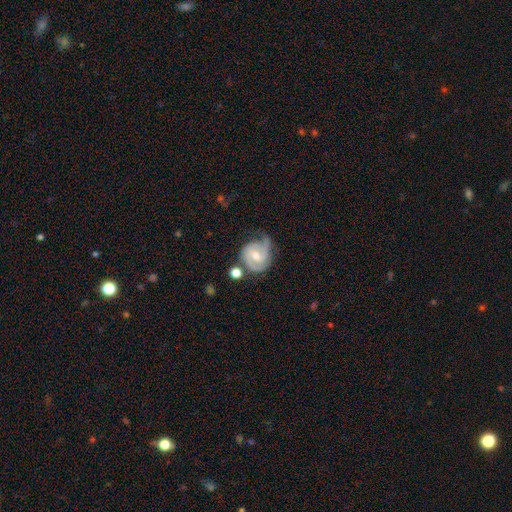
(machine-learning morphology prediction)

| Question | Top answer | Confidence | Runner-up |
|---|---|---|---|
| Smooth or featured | featured or disk | 80% | smooth (14%) |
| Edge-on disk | no | 98% | yes (2%) |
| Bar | no | 52% | weak (40%) |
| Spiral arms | yes | 95% | no (5%) |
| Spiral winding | tight | 47% | medium (39%) |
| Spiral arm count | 2 | 54% | 3 (14%) |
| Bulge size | moderate | 58% | small (36%) |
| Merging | none | 48% | minor disturbance (27%) |